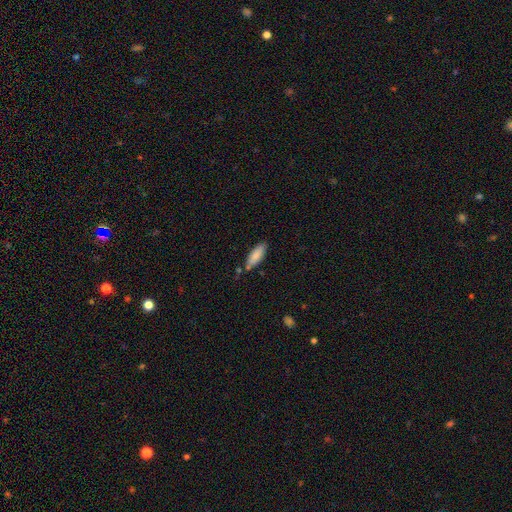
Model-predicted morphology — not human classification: Smooth or featured? smooth (84%)
How rounded? in between (65%)
Merging? none (71%)